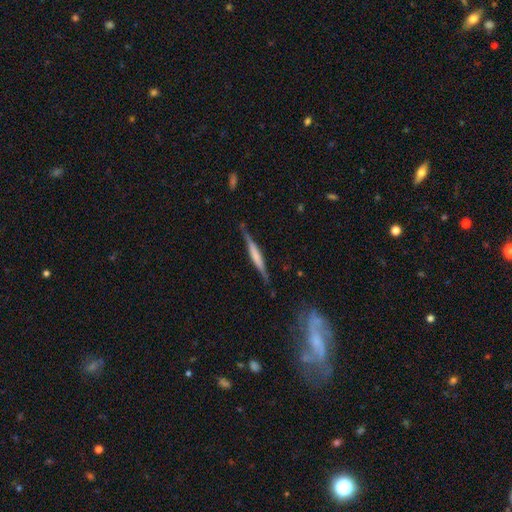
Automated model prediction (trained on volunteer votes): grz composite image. It shows a featured or disk galaxy (60%) viewed edge-on (96%) with no central bulge (38%). Merging: none (81%).